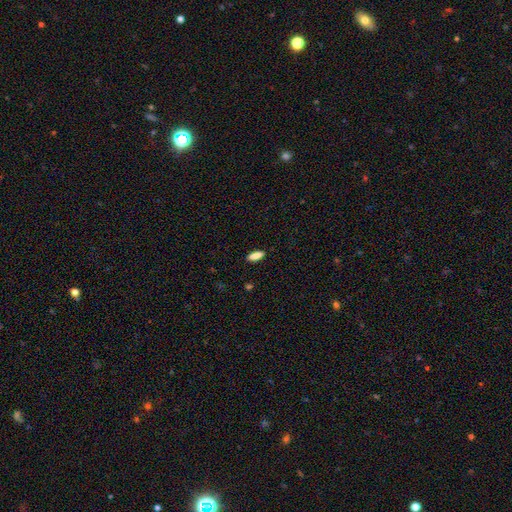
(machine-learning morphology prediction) The model was most divided on "how rounded": in between: 61%, cigar-shaped: 37%, round: 2%. More confident: merging — none (89%); smooth or featured — smooth (85%).